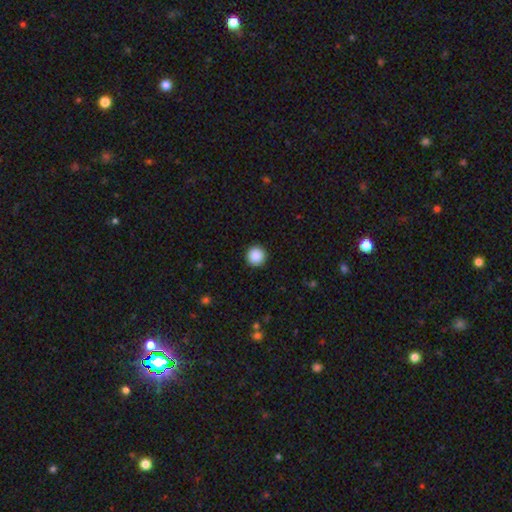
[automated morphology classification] Smooth or featured?
  - smooth: 89% *
  - star or artifact: 8%
  - featured or disk: 3%
How rounded?
  - round: 96% *
  - in between: 3%
  - cigar-shaped: 1%
Merging?
  - none: 93% *
  - minor disturbance: 4%
  - major disturbance: 2%
  - merger: 1%